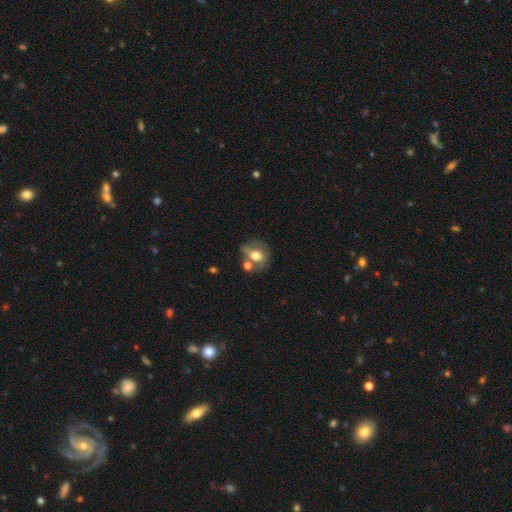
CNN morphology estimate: smooth-or-featured: smooth: 59% | featured or disk: 32% | star or artifact: 9%
  how-rounded: round: 59% | in between: 40% | cigar-shaped: 1%
  merging: none: 44% | merger: 27% | minor disturbance: 19% | major disturbance: 10%